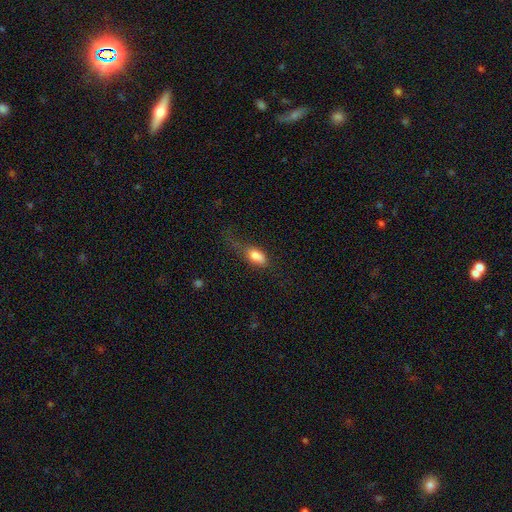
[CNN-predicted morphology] Smooth or featured? Predicted: smooth (p=0.79). How rounded? Predicted: in between (p=0.85). Merging? Predicted: major disturbance (p=0.38).